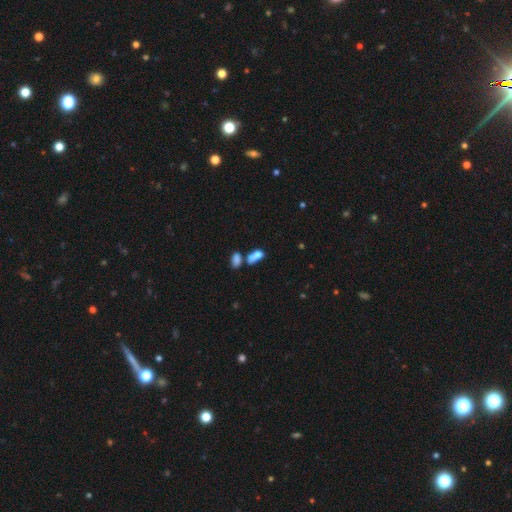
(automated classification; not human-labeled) A smooth galaxy with no disk features (79%) that is in between round and cigar-shaped (82%). Merging: merger (51%).